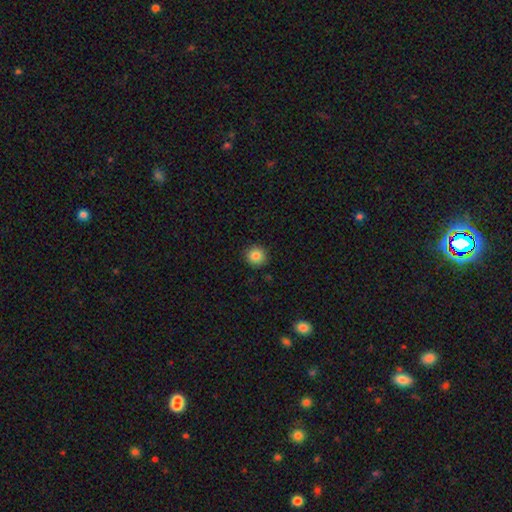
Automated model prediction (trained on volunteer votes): smooth_or_featured: smooth (p=0.85) [alt: star or artifact p=0.10]
how_rounded: round (p=0.92) [alt: in between p=0.07]
merging: none (p=0.91) [alt: minor disturbance p=0.06]